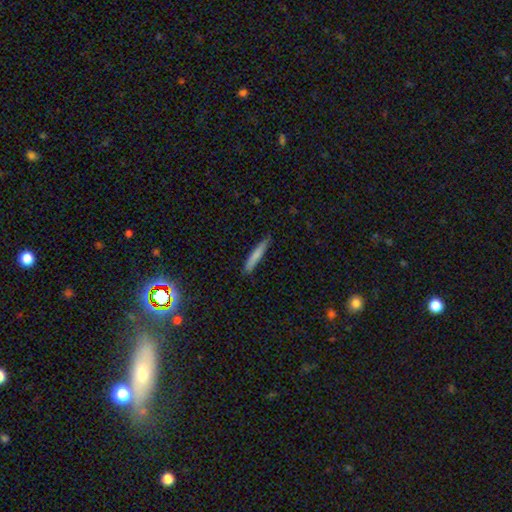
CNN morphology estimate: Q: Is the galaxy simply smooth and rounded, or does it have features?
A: smooth — 79%.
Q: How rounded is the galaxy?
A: cigar-shaped — 93%.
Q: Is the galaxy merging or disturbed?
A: none — 85%.